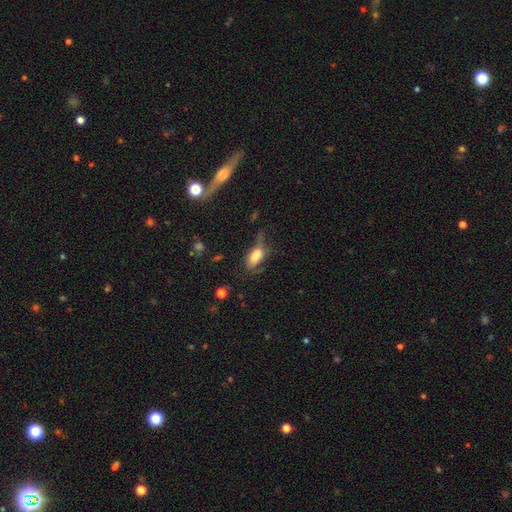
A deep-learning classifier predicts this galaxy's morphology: This is likely a smooth galaxy (68%). How rounded: clearly in between (86%). Merging: marginally none (33%, tied with major disturbance).